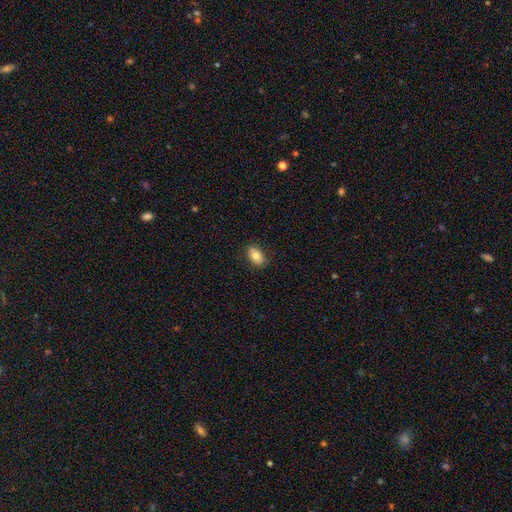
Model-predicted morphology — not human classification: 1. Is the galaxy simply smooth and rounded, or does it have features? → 79% smooth, 13% featured or disk, 8% star or artifact.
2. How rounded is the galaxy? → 87% in between, 11% round, 2% cigar-shaped.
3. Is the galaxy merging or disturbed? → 86% none, 11% minor disturbance, 2% major disturbance, 1% merger.